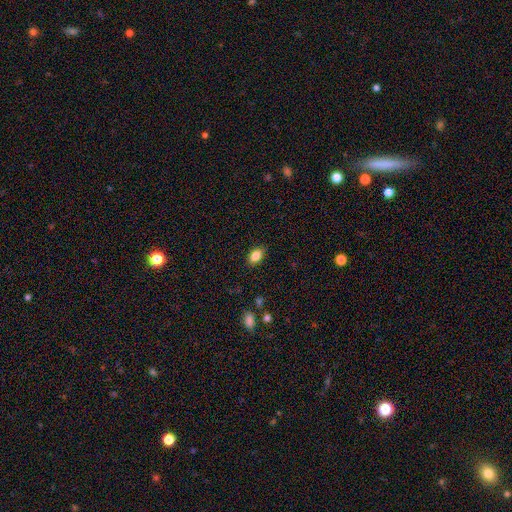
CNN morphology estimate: Smooth or featured: smooth — 84% (star or artifact — 9%)
How rounded: in between — 87% (round — 11%)
Merging: none — 86% (minor disturbance — 11%)